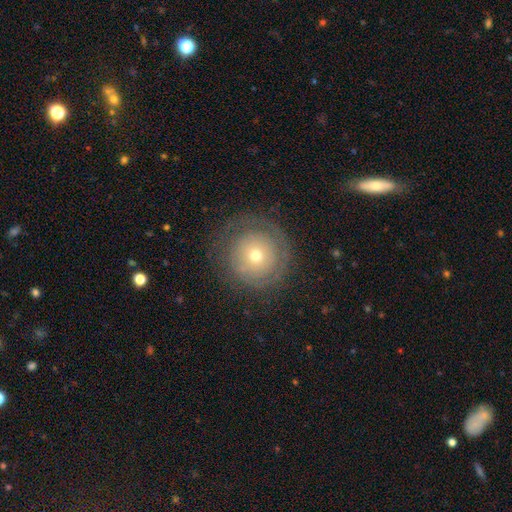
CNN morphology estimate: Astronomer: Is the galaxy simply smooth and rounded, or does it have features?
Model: featured or disk — 49% (runner-up: smooth, 41%).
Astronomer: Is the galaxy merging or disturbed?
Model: none — 76%.